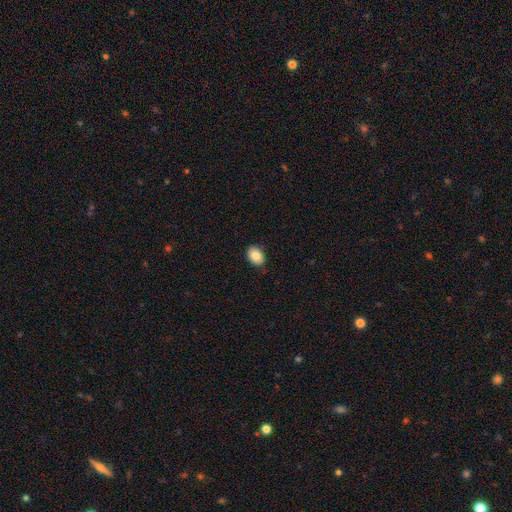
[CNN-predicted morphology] smooth 84%, featured or disk 8%, star or artifact 8%. Down the decision tree: how rounded — in between (79%); merging — none (87%).